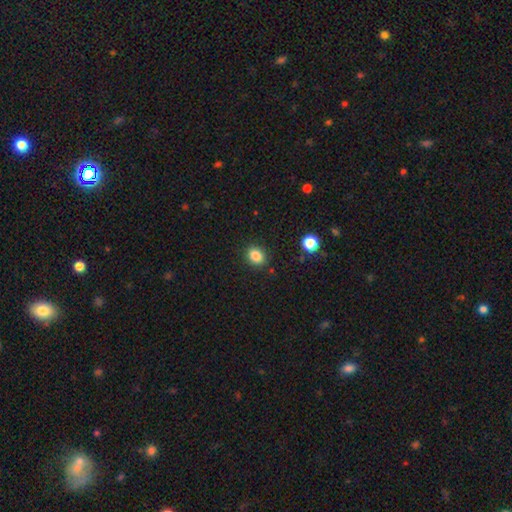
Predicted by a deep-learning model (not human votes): A smooth galaxy with no disk features (85%) that is in between round and cigar-shaped (51%).

Vote fractions:
- Smooth or featured? smooth: 85% / star or artifact: 10% / featured or disk: 5%
- How rounded? in between: 51% / round: 48% / cigar-shaped: 1%
- Merging? none: 88% / minor disturbance: 8% / major disturbance: 2% / merger: 2%